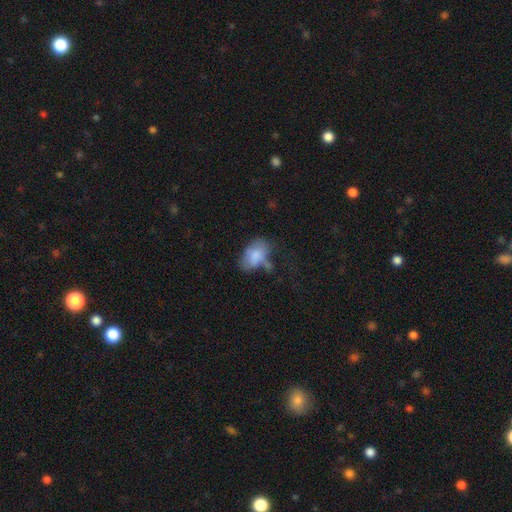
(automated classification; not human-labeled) smooth 75%, featured or disk 17%, star or artifact 8%. Down the decision tree: how rounded — in between (89%); merging — none (37%).